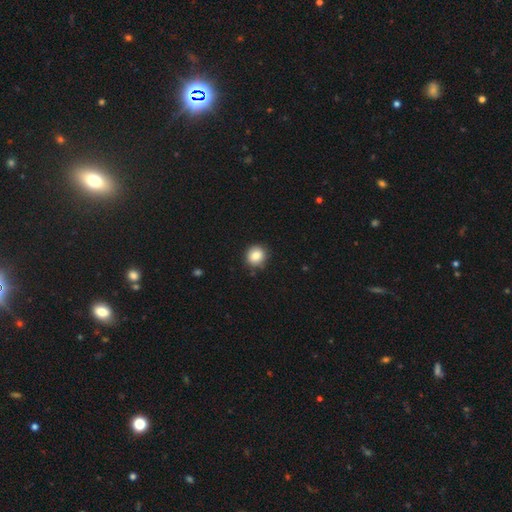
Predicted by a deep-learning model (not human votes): Q: Smooth or featured?
A: smooth (85%); runner-up: star or artifact (9%)
Q: How rounded?
A: round (88%); runner-up: in between (11%)
Q: Merging?
A: none (87%); runner-up: minor disturbance (9%)